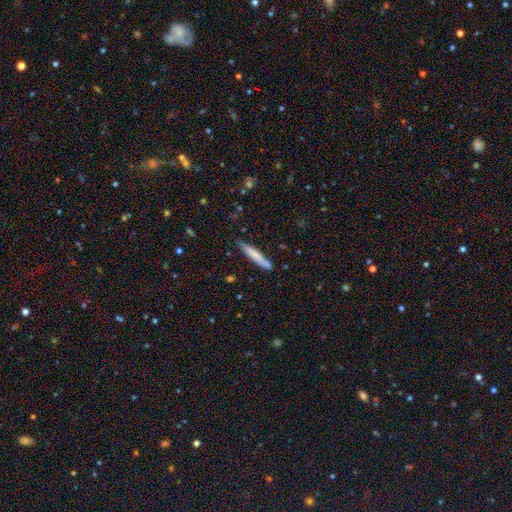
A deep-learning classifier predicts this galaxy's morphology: smooth 70%, featured or disk 24%, star or artifact 6%. Down the decision tree: how rounded — cigar-shaped (93%); merging — none (79%).